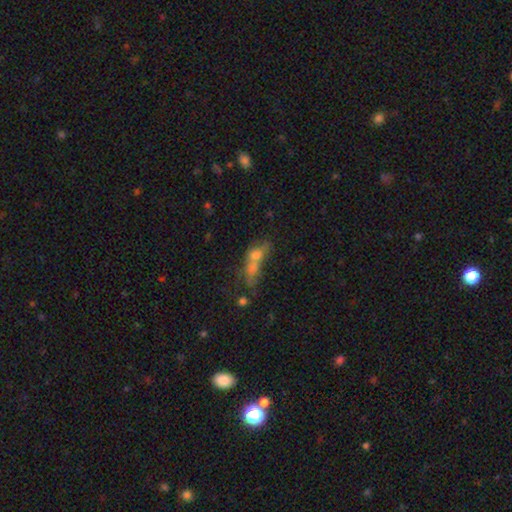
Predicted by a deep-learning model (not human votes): smooth-or-featured: smooth: 57% | featured or disk: 27% | star or artifact: 16%
  how-rounded: in between: 58% | round: 25% | cigar-shaped: 16%
  merging: merger: 58% | none: 19% | major disturbance: 13% | minor disturbance: 10%